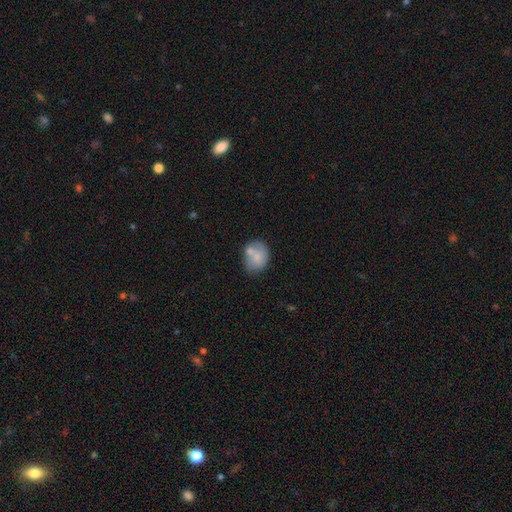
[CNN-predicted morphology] A smooth galaxy with no disk features (72%) that is in between round and cigar-shaped (55%).

Vote fractions:
- Smooth or featured? smooth: 72% / featured or disk: 21% / star or artifact: 7%
- How rounded? in between: 55% / round: 44% / cigar-shaped: 1%
- Merging? none: 45% / merger: 29% / minor disturbance: 20% / major disturbance: 6%